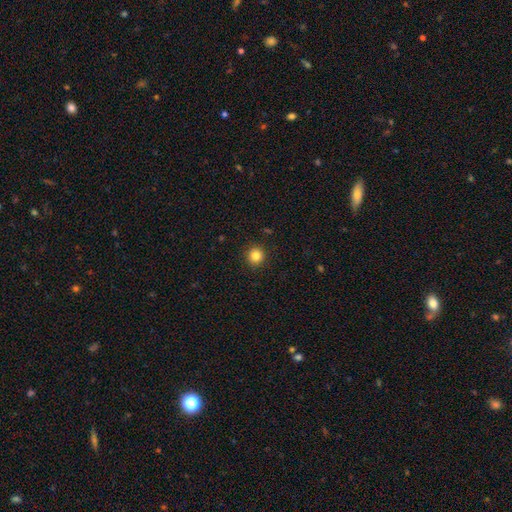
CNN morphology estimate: Smooth or featured? Predicted: smooth (p=0.84). How rounded? Predicted: round (p=0.92). Merging? Predicted: none (p=0.92).